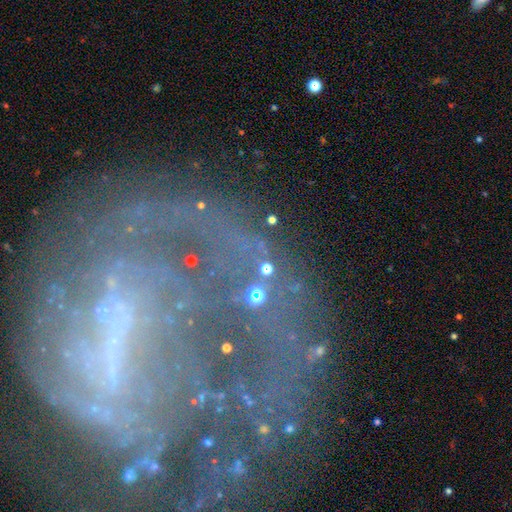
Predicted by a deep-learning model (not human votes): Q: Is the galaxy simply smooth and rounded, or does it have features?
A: featured or disk — 74%.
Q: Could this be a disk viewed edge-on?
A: no — 96%.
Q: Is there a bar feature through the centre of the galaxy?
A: strong — 37%.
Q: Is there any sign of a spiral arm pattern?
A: yes — 65%.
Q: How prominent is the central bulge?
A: none — 46%.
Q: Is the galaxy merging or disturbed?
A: none — 49%.